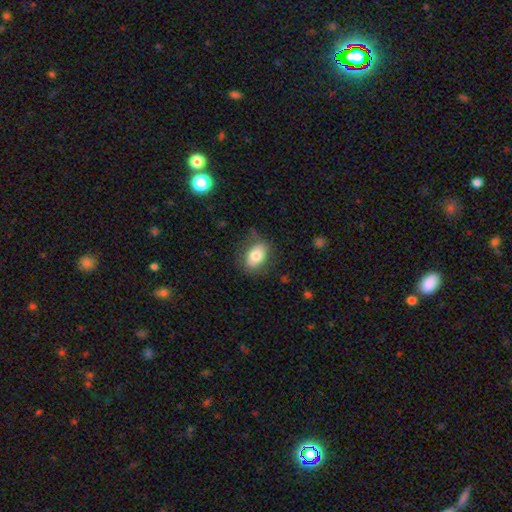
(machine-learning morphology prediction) smooth_or_featured: smooth (p=0.78) [alt: featured or disk p=0.15]
how_rounded: in between (p=0.82) [alt: round p=0.16]
merging: none (p=0.75) [alt: minor disturbance p=0.18]